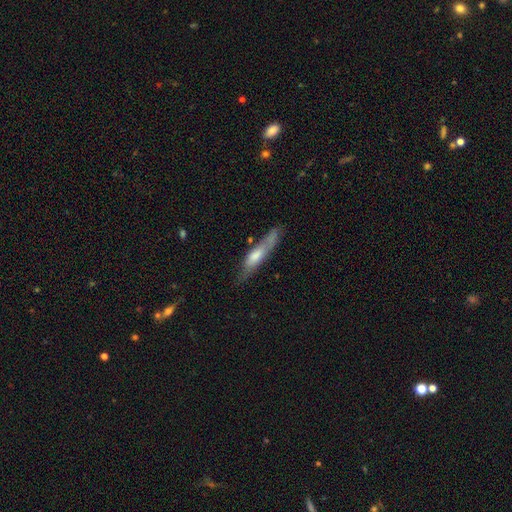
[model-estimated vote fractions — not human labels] smooth_or_featured: smooth (p=0.58) [alt: featured or disk p=0.36]
how_rounded: cigar-shaped (p=0.76) [alt: in between p=0.22]
merging: none (p=0.59) [alt: minor disturbance p=0.26]